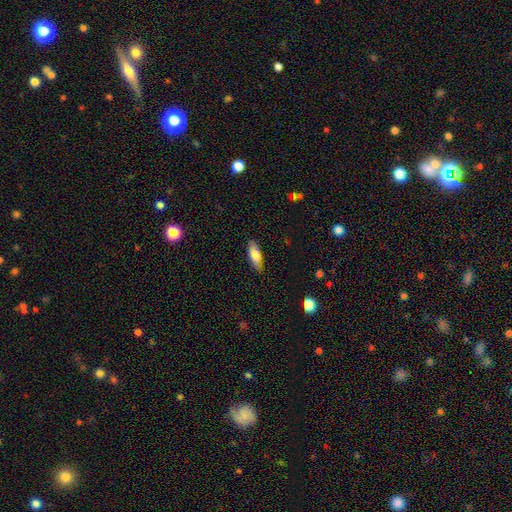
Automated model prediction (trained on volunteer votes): Morphology: type=smooth (76%); roundness=in between (61%); merging=none (83%).